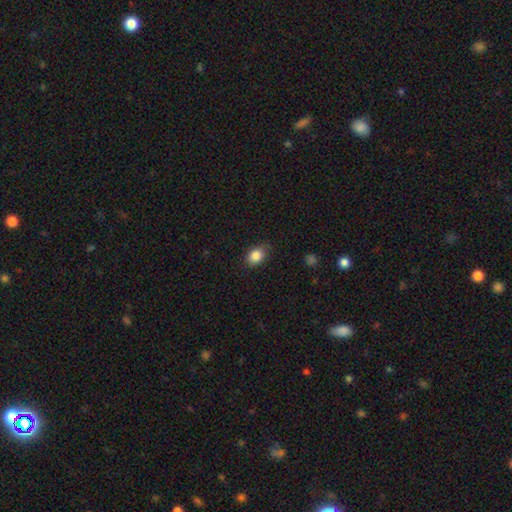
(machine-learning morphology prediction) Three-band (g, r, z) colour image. It shows a smooth galaxy with no disk features (86%) that is in between round and cigar-shaped (69%). Merging: none (79%).